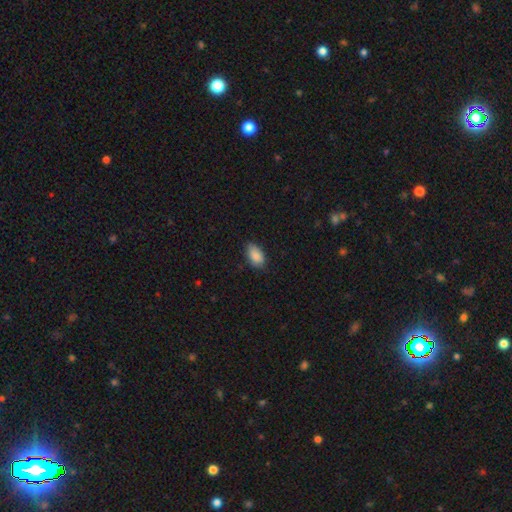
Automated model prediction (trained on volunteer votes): A smooth galaxy with no disk features (88%) that is in between round and cigar-shaped (93%).

Vote fractions:
- Smooth or featured? smooth: 88% / star or artifact: 7% / featured or disk: 5%
- How rounded? in between: 93% / round: 5% / cigar-shaped: 2%
- Merging? none: 76% / minor disturbance: 21% / major disturbance: 3% / merger: 1%